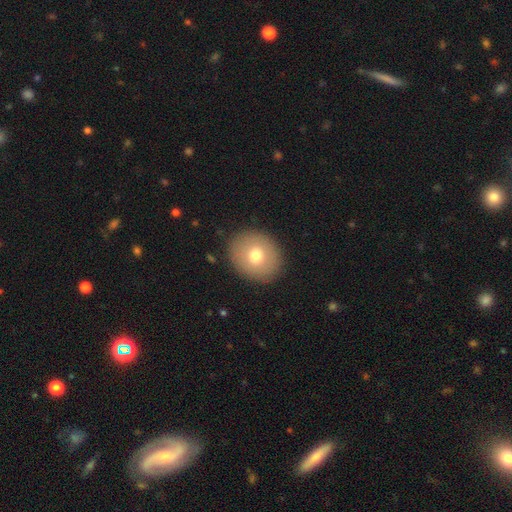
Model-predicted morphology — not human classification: Smooth or featured?
  - smooth: 72% *
  - featured or disk: 19%
  - star or artifact: 9%
How rounded?
  - round: 68% *
  - in between: 31%
  - cigar-shaped: 1%
Merging?
  - none: 89% *
  - minor disturbance: 7%
  - major disturbance: 3%
  - merger: 1%